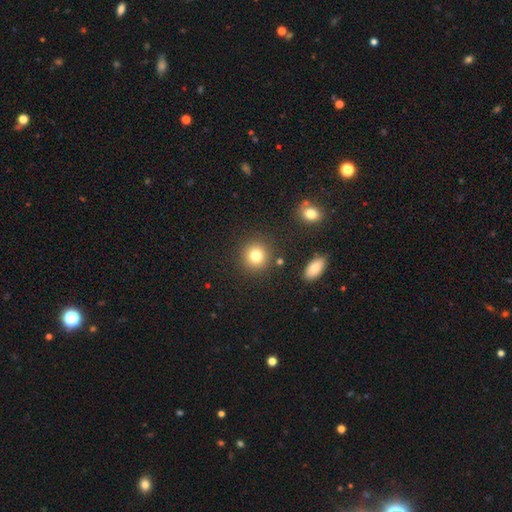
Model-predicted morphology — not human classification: Smooth or featured? Predicted: smooth (p=0.80). How rounded? Predicted: round (p=0.91). Merging? Predicted: none (p=0.86).